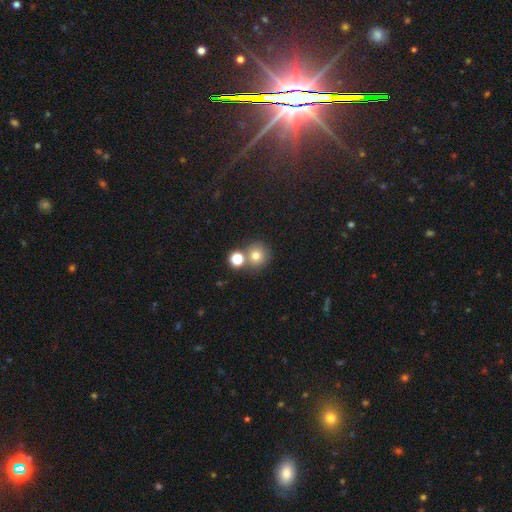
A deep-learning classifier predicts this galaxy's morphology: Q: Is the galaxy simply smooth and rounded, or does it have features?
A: smooth — 75%.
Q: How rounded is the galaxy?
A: round — 90%.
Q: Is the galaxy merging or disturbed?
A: none — 64%.